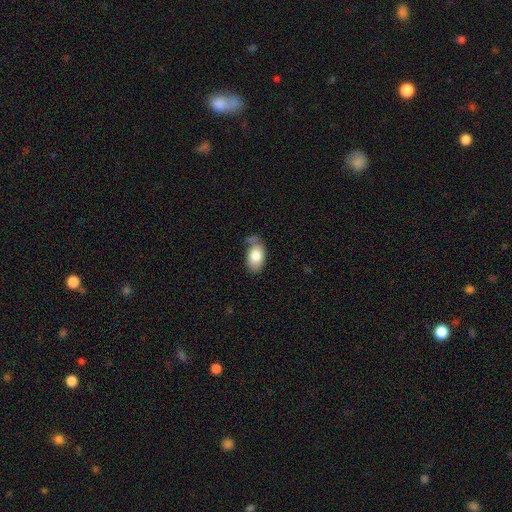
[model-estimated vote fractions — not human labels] This is likely a smooth galaxy (80%). How rounded: clearly in between (92%). Merging: possibly none (50%).